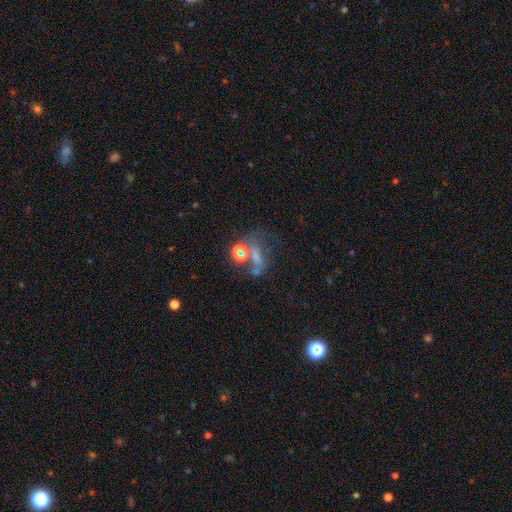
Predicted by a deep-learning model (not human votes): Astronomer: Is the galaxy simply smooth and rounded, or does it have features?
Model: star or artifact — 46% (runner-up: featured or disk, 28%).